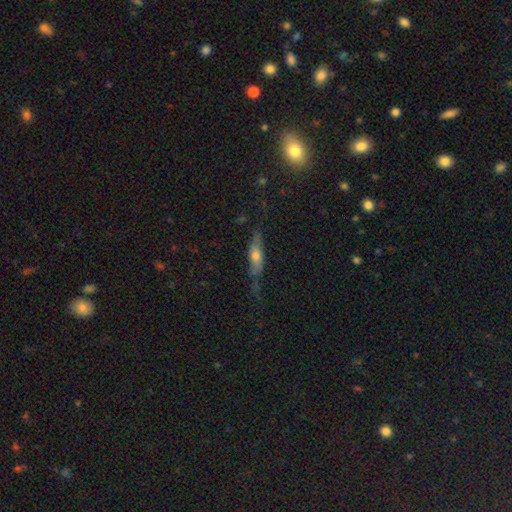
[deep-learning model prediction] Smooth or featured: smooth — 53% (featured or disk — 40%)
How rounded: cigar-shaped — 57% (in between — 39%)
Merging: none — 60% (minor disturbance — 27%)